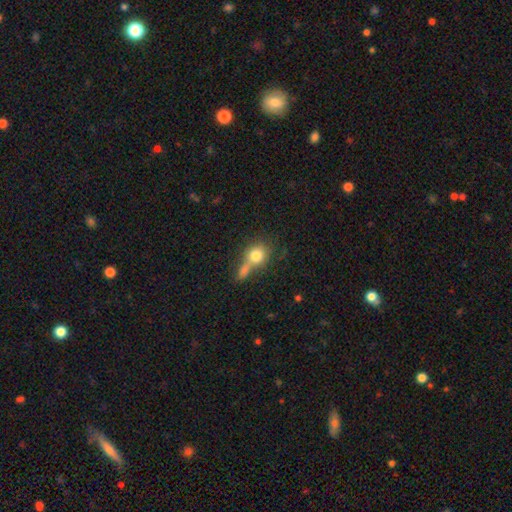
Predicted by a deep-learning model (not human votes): Morphology: type=smooth (77%); roundness=round (71%); merging=merger (47%).